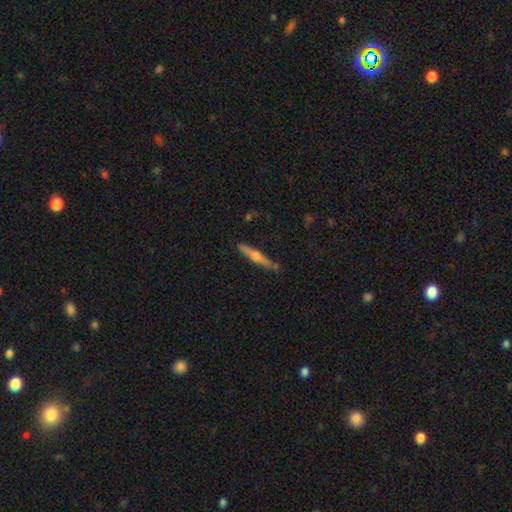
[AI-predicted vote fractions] This is possibly a featured or disk galaxy (54%). It is clearly viewed edge-on (96%). Edge-on bulge: clearly rounded (85%). Merging: clearly none (84%).